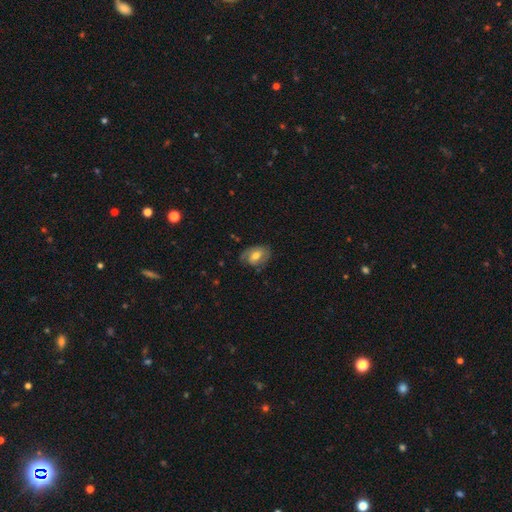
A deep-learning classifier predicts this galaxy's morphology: This appears to be a smooth galaxy with no disk features (48%). Merging: none (64%).